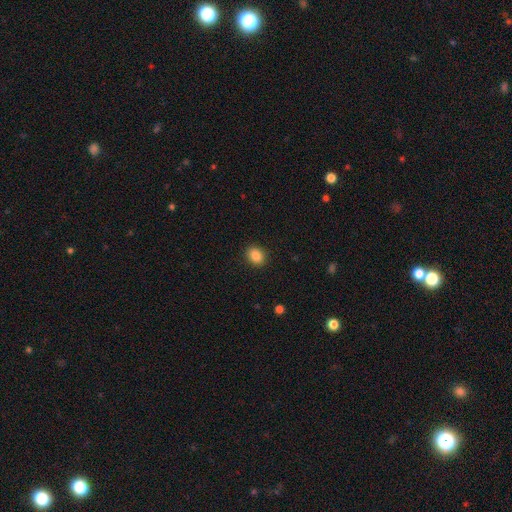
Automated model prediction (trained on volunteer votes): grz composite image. It shows a smooth galaxy with no disk features (86%) that is in between round and cigar-shaped (51%). Merging: none (90%).